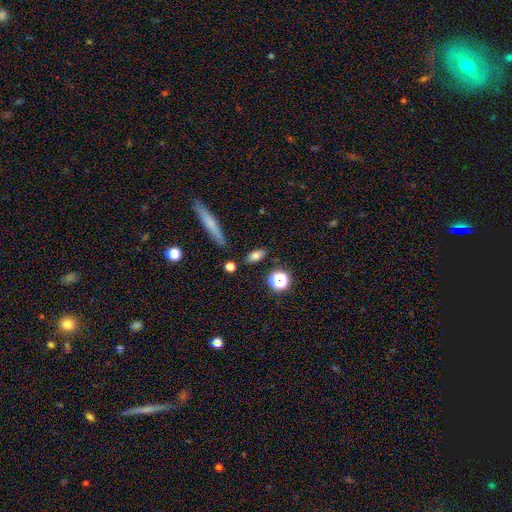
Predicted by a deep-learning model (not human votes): Overall: smooth (76%). How rounded: in between (75%). Merging: none (83%).